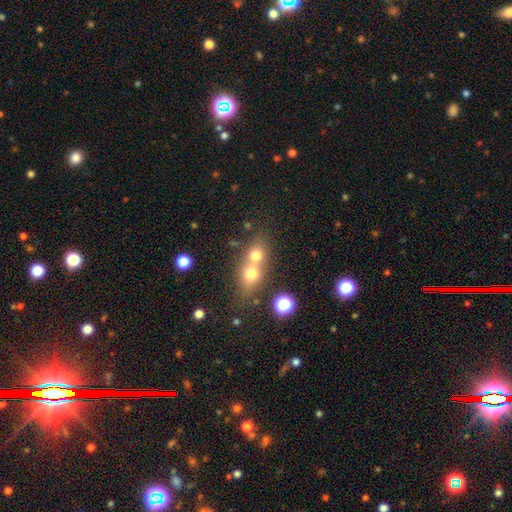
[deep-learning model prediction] smooth 69%, featured or disk 17%, star or artifact 14%. Down the decision tree: how rounded — round (61%); merging — merger (65%).